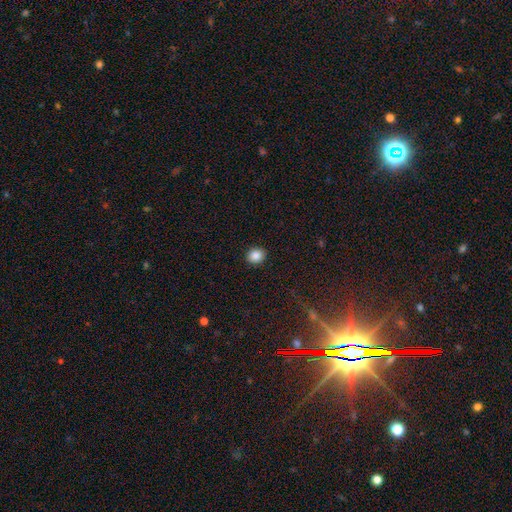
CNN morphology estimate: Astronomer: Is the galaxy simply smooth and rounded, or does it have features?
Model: smooth — 86%.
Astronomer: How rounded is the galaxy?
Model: round — 76%.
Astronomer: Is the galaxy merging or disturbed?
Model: none — 92%.